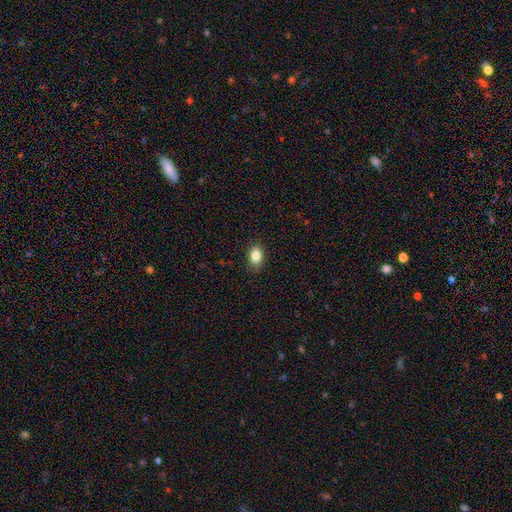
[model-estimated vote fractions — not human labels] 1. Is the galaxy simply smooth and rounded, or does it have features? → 84% smooth, 9% star or artifact, 7% featured or disk.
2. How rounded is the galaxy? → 84% in between, 14% round, 2% cigar-shaped.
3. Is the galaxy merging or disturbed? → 88% none, 9% minor disturbance, 2% major disturbance, 1% merger.